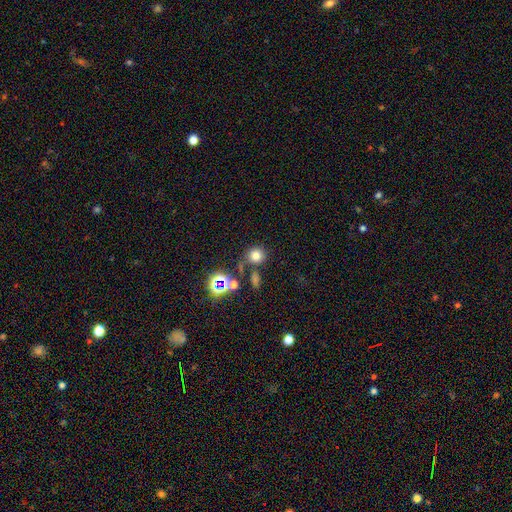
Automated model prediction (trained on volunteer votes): Q: Smooth or featured?
A: smooth (72%); runner-up: star or artifact (20%)
Q: How rounded?
A: round (88%); runner-up: in between (11%)
Q: Merging?
A: none (71%); runner-up: merger (13%)